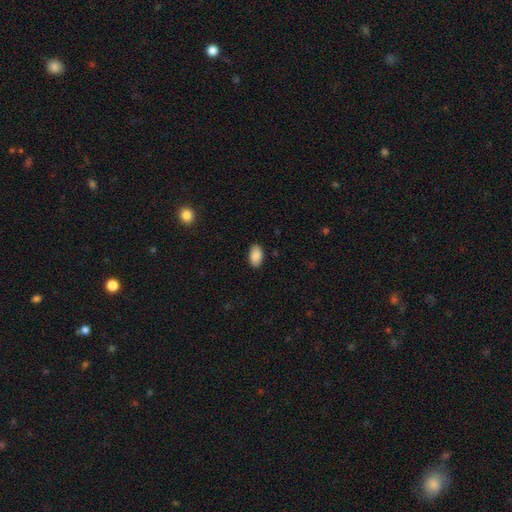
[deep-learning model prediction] This appears to be a smooth galaxy with no disk features (89%) that is in between round and cigar-shaped (94%). Merging: none (88%).